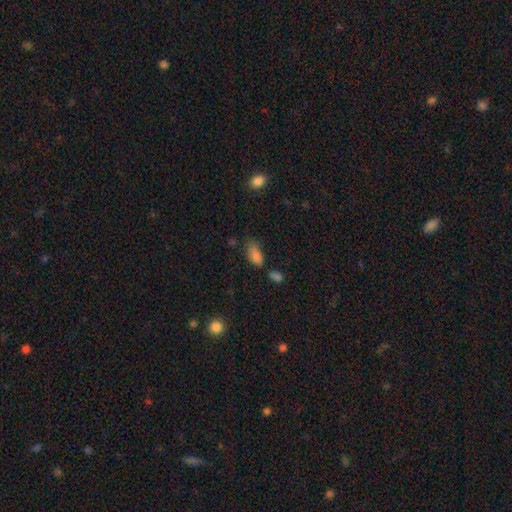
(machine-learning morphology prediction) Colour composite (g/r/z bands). It shows a smooth galaxy with no disk features (81%) that is in between round and cigar-shaped (87%). Merging: none (46%).